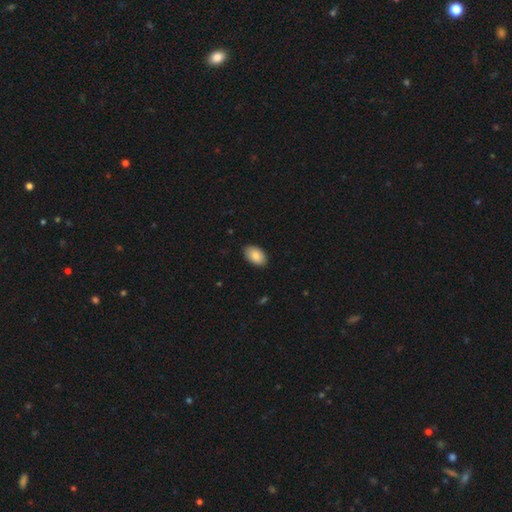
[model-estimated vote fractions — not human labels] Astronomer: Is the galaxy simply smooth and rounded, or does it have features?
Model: smooth — 86%.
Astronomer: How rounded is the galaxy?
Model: in between — 93%.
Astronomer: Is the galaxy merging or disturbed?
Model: none — 88%.